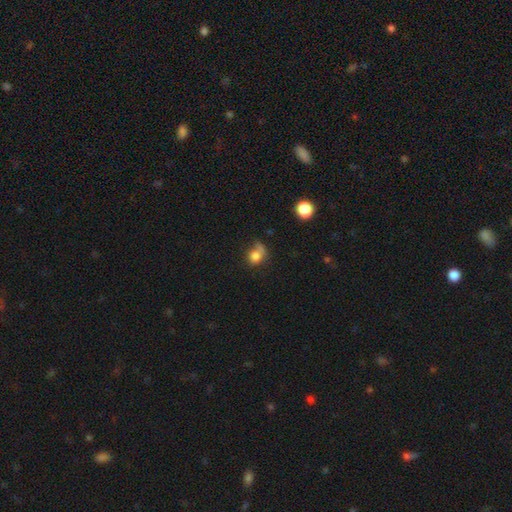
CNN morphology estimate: Smooth or featured? Predicted: smooth (p=0.76). How rounded? Predicted: round (p=0.70). Merging? Predicted: none (p=0.41).